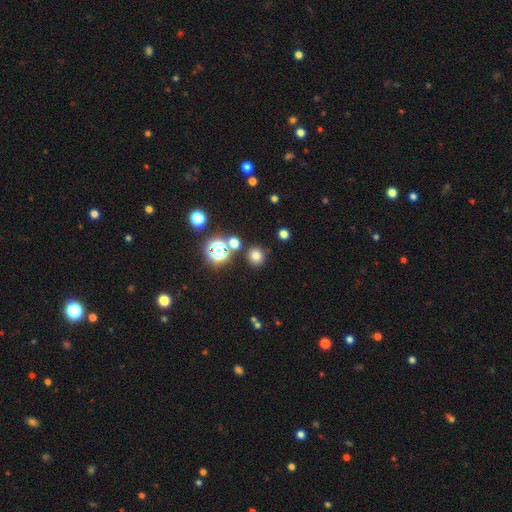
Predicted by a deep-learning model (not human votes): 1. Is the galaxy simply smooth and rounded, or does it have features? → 71% smooth, 22% star or artifact, 7% featured or disk.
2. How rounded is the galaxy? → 90% round, 9% in between, 1% cigar-shaped.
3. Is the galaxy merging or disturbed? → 84% none, 7% minor disturbance, 6% merger, 3% major disturbance.